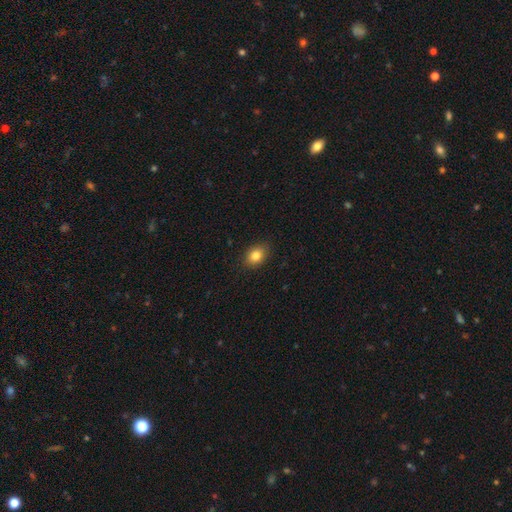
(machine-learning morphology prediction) type=smooth (83%); roundness=in between (70%); merging=none (87%).